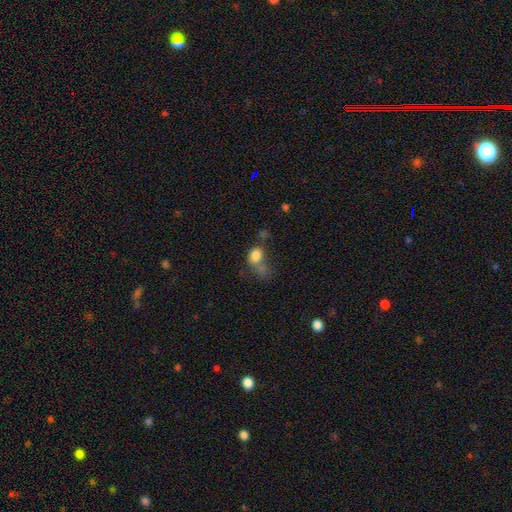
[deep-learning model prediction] Overall: smooth (76%). How rounded: in between (52%; round 46%). Merging: merger (31%; none 26%).